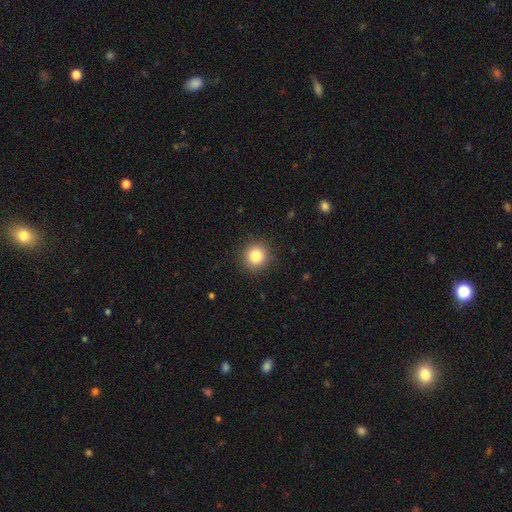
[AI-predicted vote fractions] smooth-or-featured: smooth: 83% | star or artifact: 10% | featured or disk: 6%
  how-rounded: round: 93% | in between: 7% | cigar-shaped: 1%
  merging: none: 91% | minor disturbance: 6% | major disturbance: 2% | merger: 1%